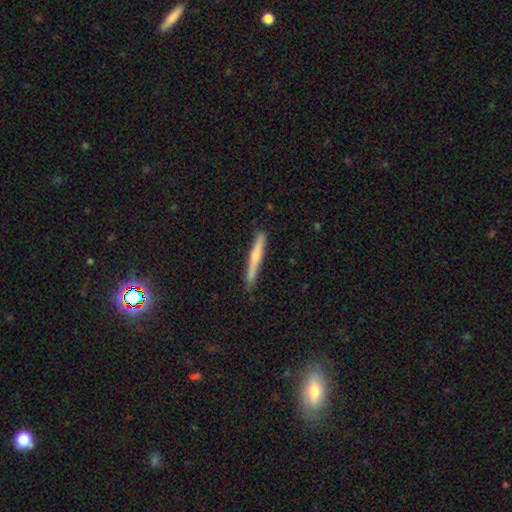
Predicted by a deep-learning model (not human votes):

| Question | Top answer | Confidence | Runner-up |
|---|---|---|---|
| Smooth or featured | smooth | 51% | featured or disk (43%) |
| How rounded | cigar-shaped | 95% | in between (3%) |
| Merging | none | 84% | minor disturbance (13%) |